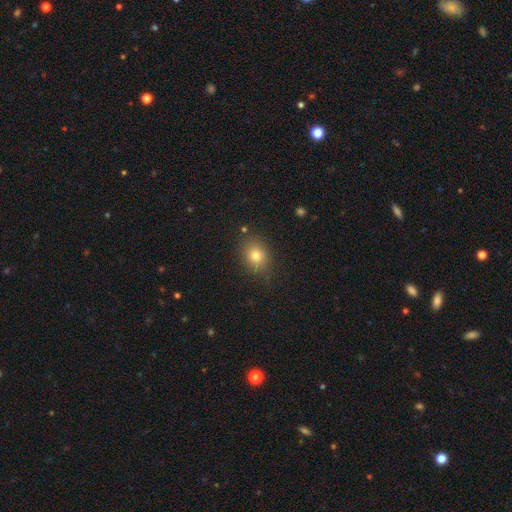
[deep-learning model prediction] Overall: smooth (78%). How rounded: round (50%; in between 49%). Merging: none (82%).